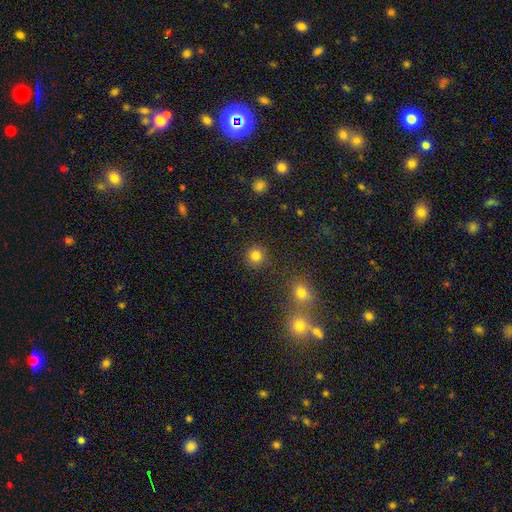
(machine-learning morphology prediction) Smooth or featured: smooth — 82% (star or artifact — 13%)
How rounded: round — 92% (in between — 7%)
Merging: none — 88% (minor disturbance — 7%)